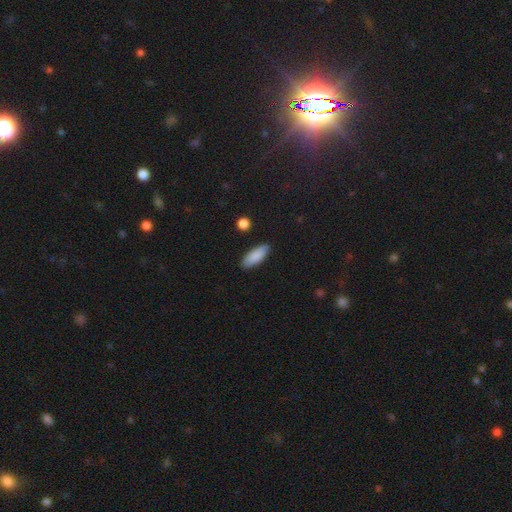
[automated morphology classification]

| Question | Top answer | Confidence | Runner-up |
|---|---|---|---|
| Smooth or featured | smooth | 88% | star or artifact (6%) |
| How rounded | in between | 74% | cigar-shaped (24%) |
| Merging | none | 87% | minor disturbance (9%) |